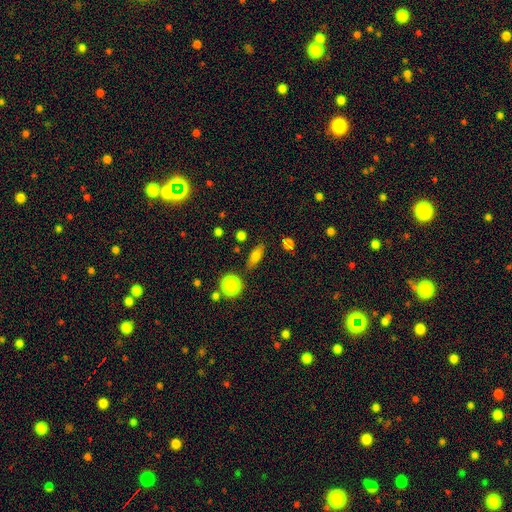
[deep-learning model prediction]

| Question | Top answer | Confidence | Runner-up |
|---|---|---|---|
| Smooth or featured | smooth | 73% | featured or disk (16%) |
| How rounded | in between | 68% | cigar-shaped (22%) |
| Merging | none | 83% | minor disturbance (11%) |